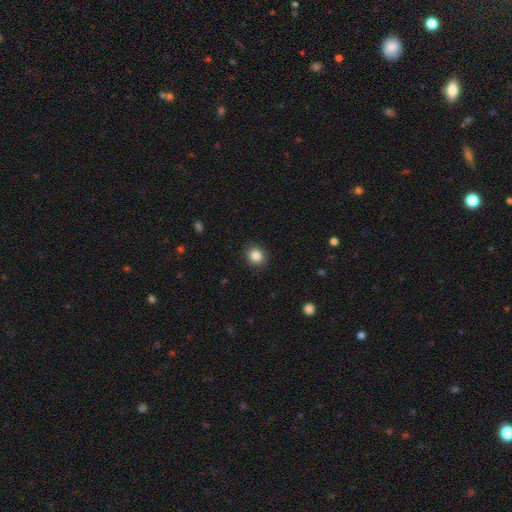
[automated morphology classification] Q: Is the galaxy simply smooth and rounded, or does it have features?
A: smooth — 86%.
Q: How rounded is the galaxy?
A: round — 76%.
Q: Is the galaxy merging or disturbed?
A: none — 90%.